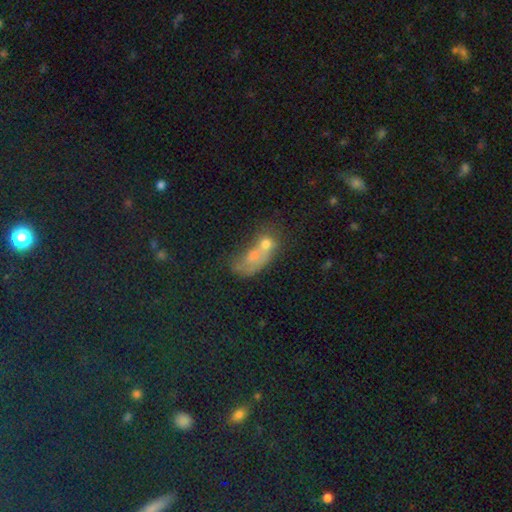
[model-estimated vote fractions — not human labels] Smooth or featured? Predicted: smooth (p=0.53). How rounded? Predicted: in between (p=0.67). Merging? Predicted: merger (p=0.61).